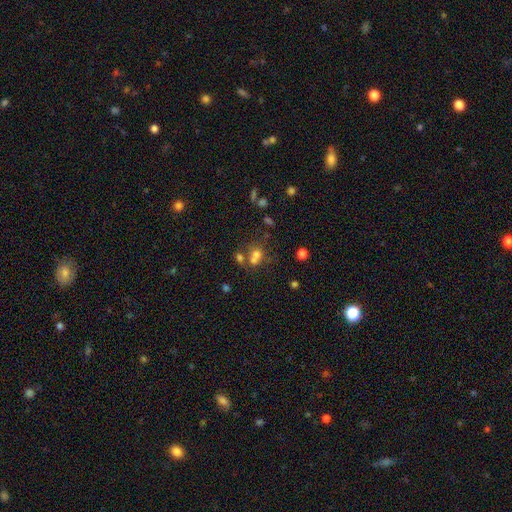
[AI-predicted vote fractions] This appears to be a smooth galaxy with no disk features (65%) that is in between round and cigar-shaped (51%). Merging: merger (47%).